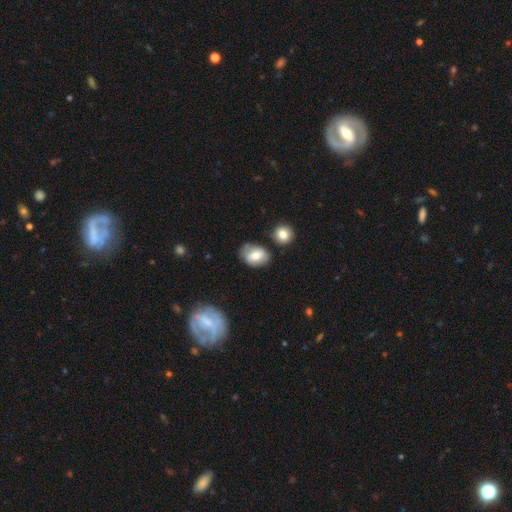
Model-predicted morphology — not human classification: smooth_or_featured: smooth (p=0.63) [alt: featured or disk p=0.29]
how_rounded: in between (p=0.70) [alt: round p=0.28]
merging: none (p=0.67) [alt: minor disturbance p=0.20]